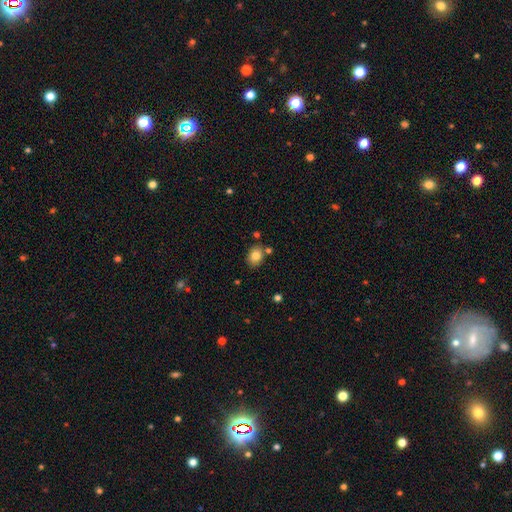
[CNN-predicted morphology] Smooth or featured? Predicted: smooth (p=0.81). How rounded? Predicted: in between (p=0.58). Merging? Predicted: none (p=0.78).